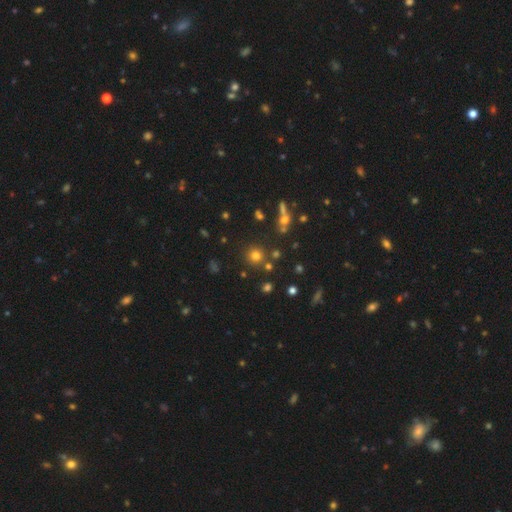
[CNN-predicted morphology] The model was most divided on "smooth or featured": smooth: 72%, star or artifact: 20%, featured or disk: 8%. More confident: how rounded — round (92%); merging — none (82%).